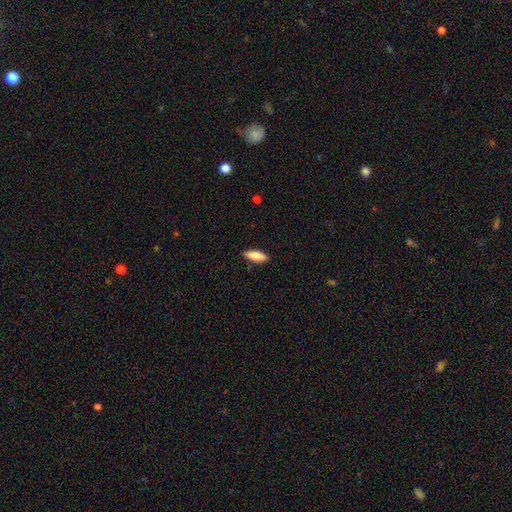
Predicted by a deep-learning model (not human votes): Smooth or featured?
  - smooth: 78% *
  - featured or disk: 16%
  - star or artifact: 6%
How rounded?
  - in between: 59% *
  - cigar-shaped: 39%
  - round: 2%
Merging?
  - none: 89% *
  - minor disturbance: 8%
  - major disturbance: 2%
  - merger: 1%